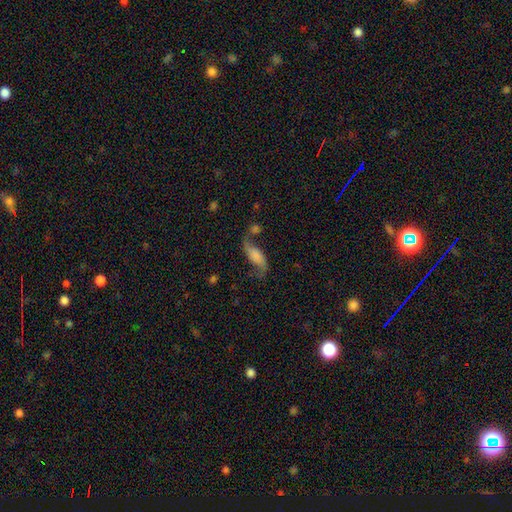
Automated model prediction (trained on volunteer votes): Smooth or featured?
  - featured or disk: 59% *
  - smooth: 32%
  - star or artifact: 9%
Edge-on disk?
  - no: 89% *
  - yes: 11%
Bar?
  - no: 61% *
  - weak: 27%
  - strong: 12%
Spiral arms?
  - yes: 89% *
  - no: 11%
Bulge size?
  - none: 44% *
  - small: 18%
  - large: 16%
  - moderate: 14%
  - dominant: 8%
Merging?
  - none: 51% *
  - minor disturbance: 21%
  - major disturbance: 15%
  - merger: 12%